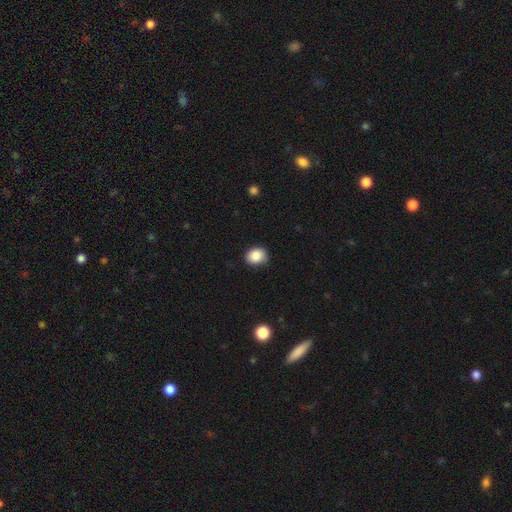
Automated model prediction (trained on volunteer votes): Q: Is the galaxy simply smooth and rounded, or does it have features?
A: smooth — 86%.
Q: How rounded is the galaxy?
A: round — 58%.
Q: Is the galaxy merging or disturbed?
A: none — 85%.